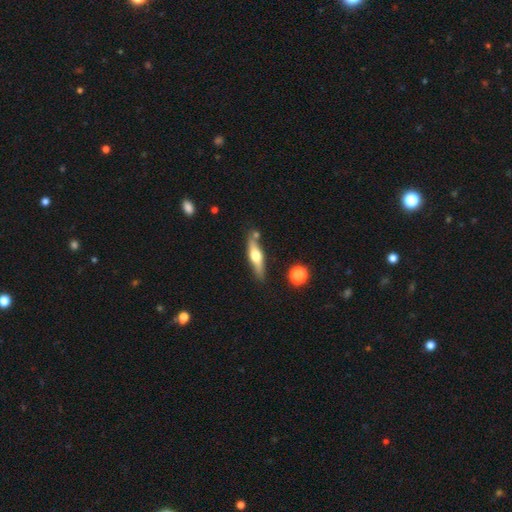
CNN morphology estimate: A featured or disk galaxy (59%) viewed edge-on (93%) with a rounded central bulge (93%).

Vote fractions:
- Smooth or featured? featured or disk: 59% / smooth: 35% / star or artifact: 6%
- Edge-on disk? yes: 93% / no: 7%
- Edge-on bulge? rounded: 93% / boxy: 4% / none: 2%
- Merging? none: 79% / minor disturbance: 12% / merger: 6% / major disturbance: 3%